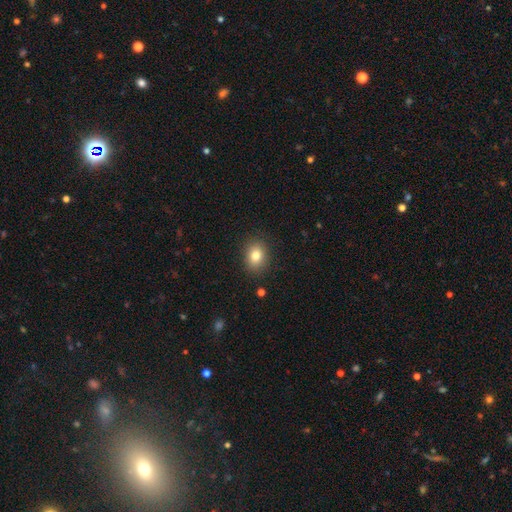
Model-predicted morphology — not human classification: The model was most divided on "how rounded": in between: 52%, round: 47%, cigar-shaped: 1%. More confident: merging — none (88%); smooth or featured — smooth (81%).